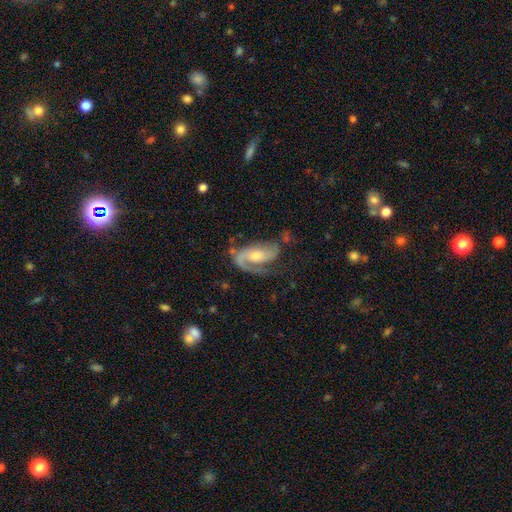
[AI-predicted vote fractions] Q: Smooth or featured?
A: featured or disk (84%); runner-up: smooth (11%)
Q: Edge-on disk?
A: no (96%); runner-up: yes (4%)
Q: Bar?
A: no (55%); runner-up: weak (32%)
Q: Spiral arms?
A: yes (95%); runner-up: no (5%)
Q: Spiral winding?
A: medium (44%); runner-up: tight (30%)
Q: Spiral arm count?
A: 2 (50%); runner-up: 1 (41%)
Q: Bulge size?
A: moderate (54%); runner-up: small (38%)
Q: Merging?
A: none (53%); runner-up: major disturbance (22%)